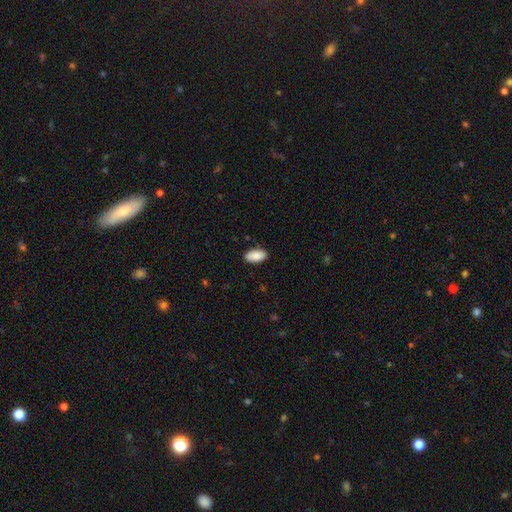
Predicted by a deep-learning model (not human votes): This is clearly a smooth galaxy (89%). How rounded: clearly in between (94%). Merging: clearly none (88%).